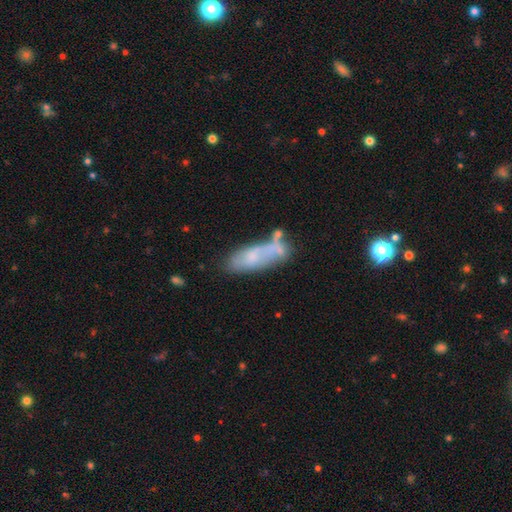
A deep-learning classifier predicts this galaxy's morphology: Smooth or featured?
  - smooth: 57% *
  - featured or disk: 34%
  - star or artifact: 9%
How rounded?
  - in between: 60% *
  - cigar-shaped: 37%
  - round: 2%
Merging?
  - none: 41% *
  - minor disturbance: 26%
  - merger: 20%
  - major disturbance: 14%